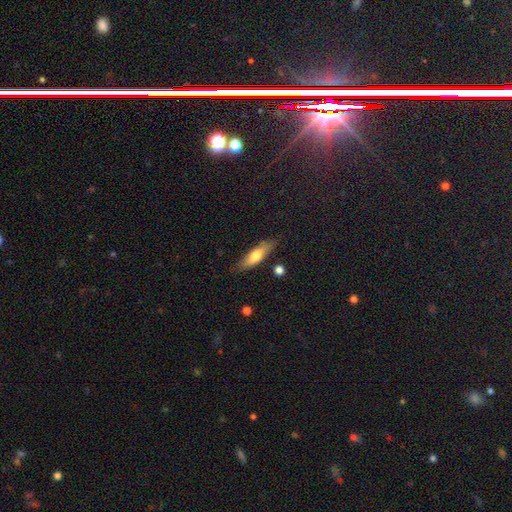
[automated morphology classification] type=smooth (68%); roundness=cigar-shaped (56%); merging=none (78%).